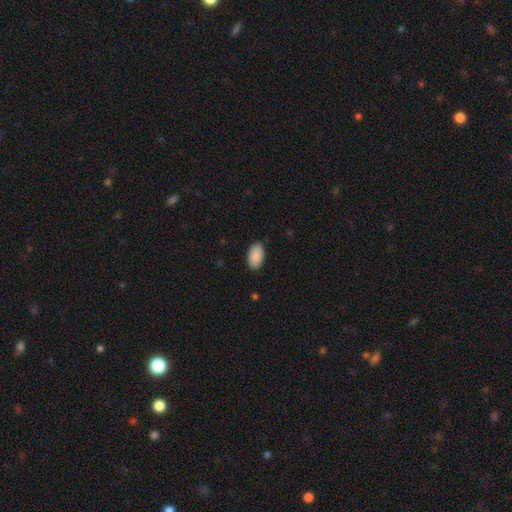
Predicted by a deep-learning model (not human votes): This appears to be a smooth galaxy with no disk features (90%) that is in between round and cigar-shaped (96%). Merging: none (87%).